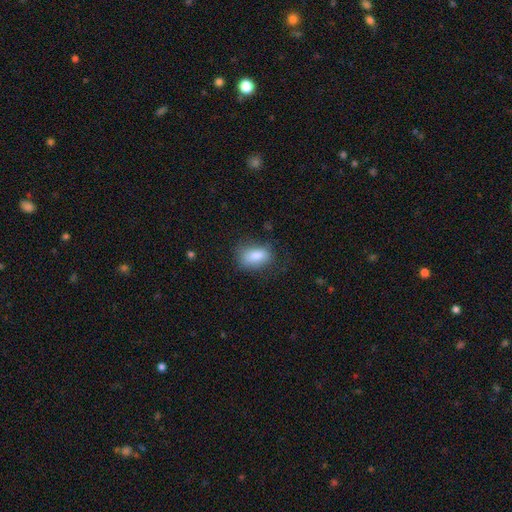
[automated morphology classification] type=smooth (83%); roundness=in between (88%); merging=none (65%).